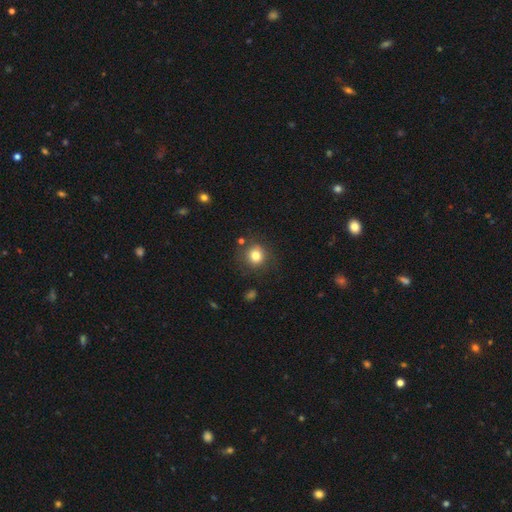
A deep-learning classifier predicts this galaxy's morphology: A smooth galaxy with no disk features (80%) that is round (86%). Merging: none (81%).